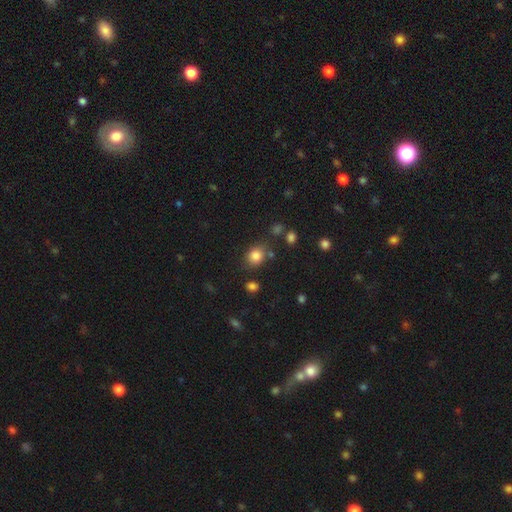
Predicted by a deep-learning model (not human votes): Morphology: type=smooth (82%); roundness=round (57%); merging=none (73%).